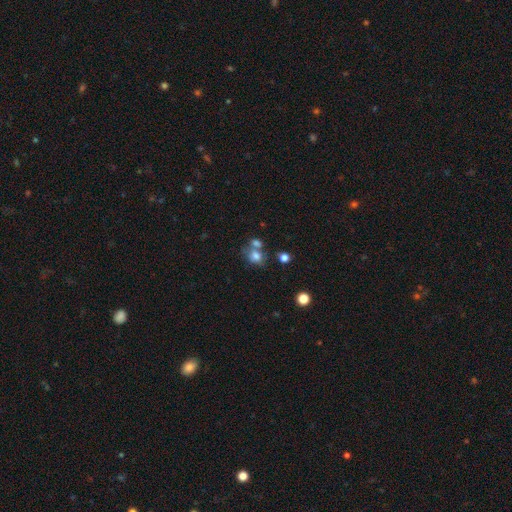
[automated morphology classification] Smooth or featured: smooth — 72% (featured or disk — 15%)
How rounded: round — 55% (in between — 44%)
Merging: merger — 41% (none — 39%)